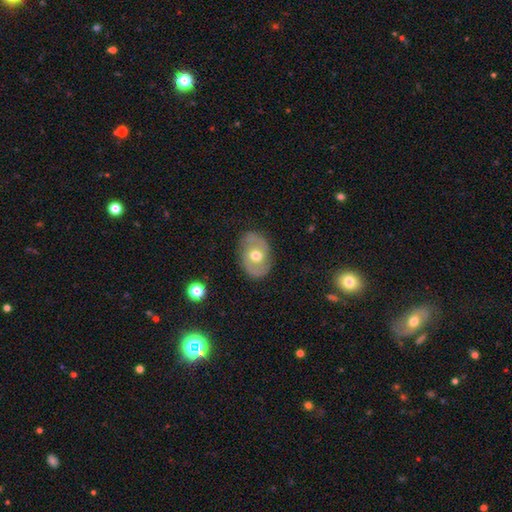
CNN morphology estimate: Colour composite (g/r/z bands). It shows a featured or disk galaxy (60%) with no bar (58%), spiral arms (66%) and a moderate central bulge (77%). Merging: none (80%).